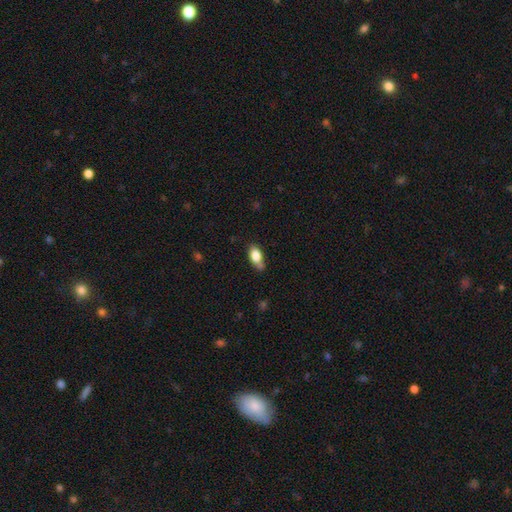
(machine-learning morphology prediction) smooth 81%, featured or disk 12%, star or artifact 8%. Down the decision tree: how rounded — in between (88%); merging — none (60%).